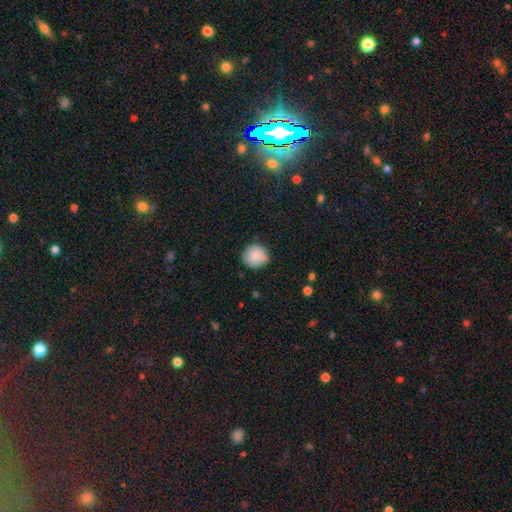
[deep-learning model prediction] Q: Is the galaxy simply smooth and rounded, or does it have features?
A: smooth — 86%.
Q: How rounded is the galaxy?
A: round — 92%.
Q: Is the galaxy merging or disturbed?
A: none — 81%.